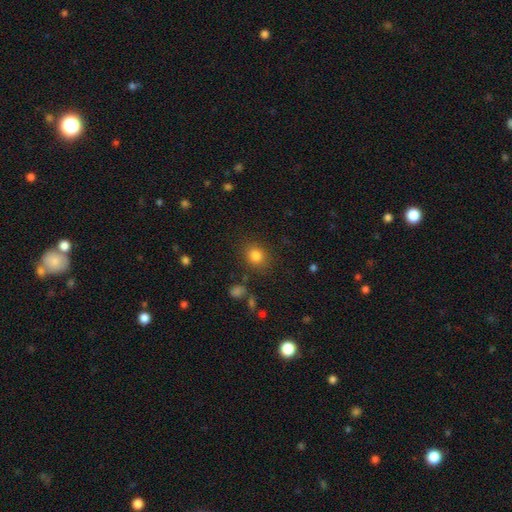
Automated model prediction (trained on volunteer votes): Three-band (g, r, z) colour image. It shows a smooth galaxy with no disk features (82%) that is round (71%). Merging: none (84%).